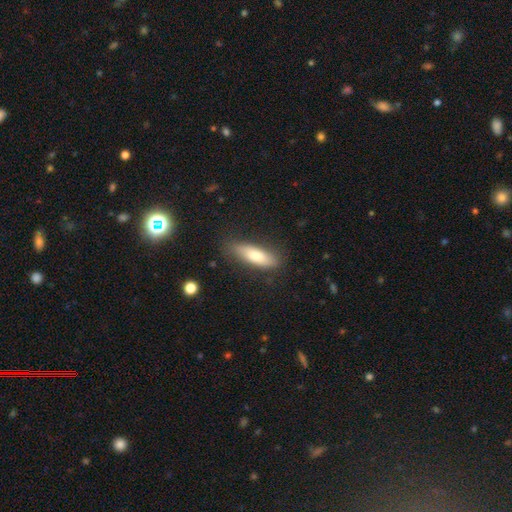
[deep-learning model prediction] smooth 69%, featured or disk 23%, star or artifact 7%. Down the decision tree: how rounded — in between (49%, tied with cigar-shaped); merging — none (78%).